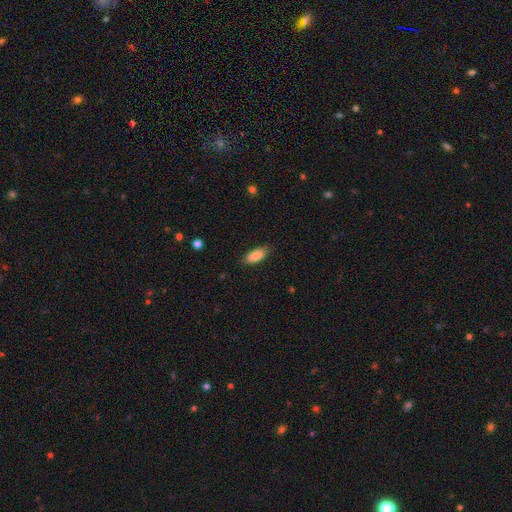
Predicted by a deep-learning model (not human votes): Morphology: type=smooth (88%); roundness=in between (82%); merging=none (81%).